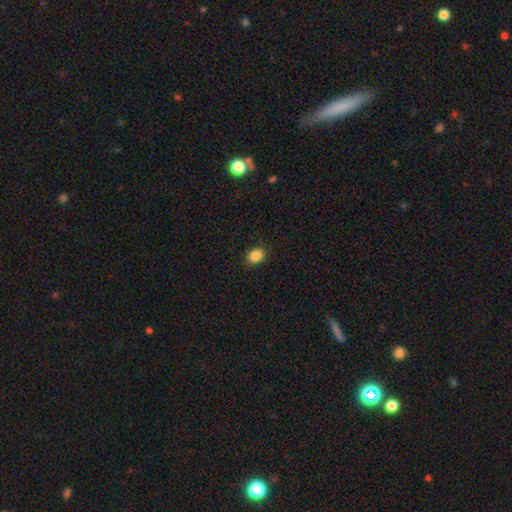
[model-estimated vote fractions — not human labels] Smooth or featured?
  - smooth: 86% *
  - star or artifact: 10%
  - featured or disk: 4%
How rounded?
  - in between: 58% *
  - round: 41%
  - cigar-shaped: 1%
Merging?
  - none: 89% *
  - minor disturbance: 8%
  - major disturbance: 2%
  - merger: 1%